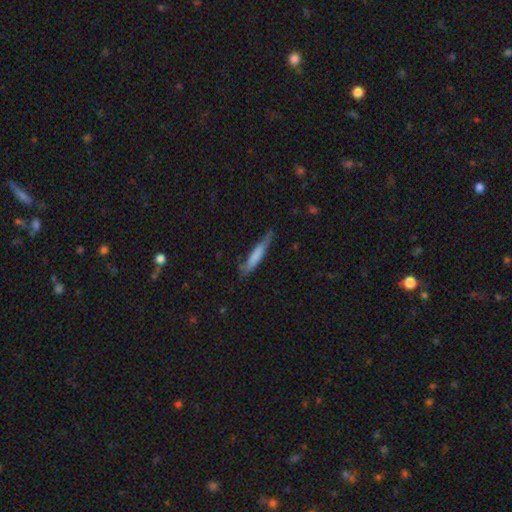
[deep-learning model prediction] Smooth or featured?
  - smooth: 68% *
  - featured or disk: 26%
  - star or artifact: 6%
How rounded?
  - cigar-shaped: 91% *
  - in between: 7%
  - round: 1%
Merging?
  - none: 65% *
  - minor disturbance: 27%
  - major disturbance: 6%
  - merger: 3%